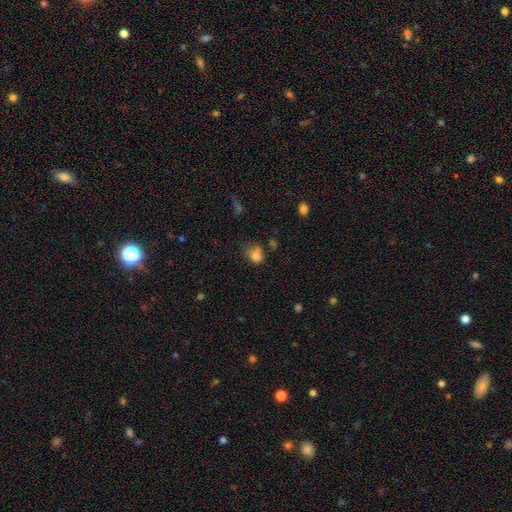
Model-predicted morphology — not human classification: A smooth galaxy with no disk features (78%) that is round (52%).

Vote fractions:
- Smooth or featured? smooth: 78% / star or artifact: 12% / featured or disk: 10%
- How rounded? round: 52% / in between: 47% / cigar-shaped: 1%
- Merging? none: 45% / minor disturbance: 29% / major disturbance: 14% / merger: 12%